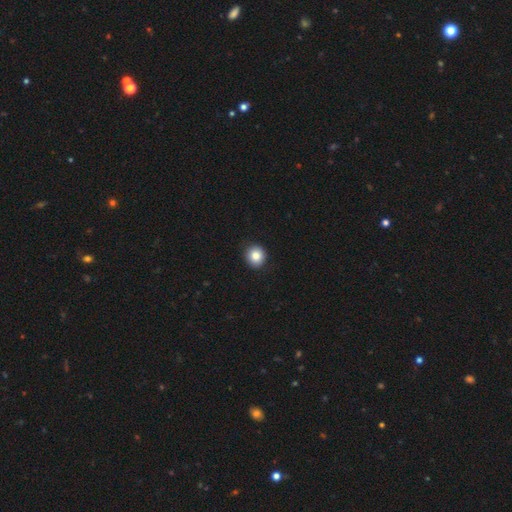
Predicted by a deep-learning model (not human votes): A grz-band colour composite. It shows a smooth galaxy with no disk features (85%) that is round (90%). Merging: none (91%).